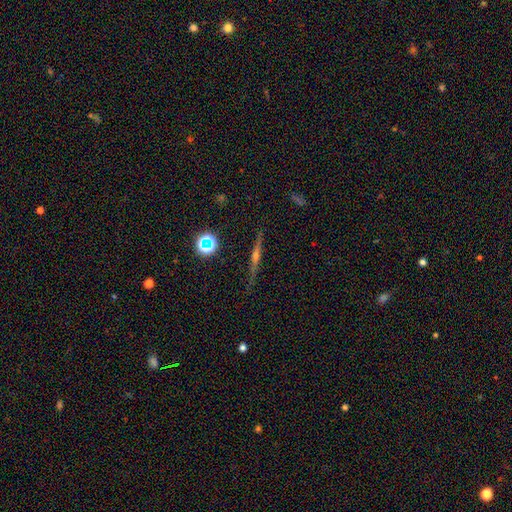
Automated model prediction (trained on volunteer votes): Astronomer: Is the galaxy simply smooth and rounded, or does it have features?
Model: featured or disk — 72%.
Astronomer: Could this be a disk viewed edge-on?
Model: yes — 96%.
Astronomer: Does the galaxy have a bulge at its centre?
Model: rounded — 88%.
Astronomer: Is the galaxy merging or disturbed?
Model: none — 89%.